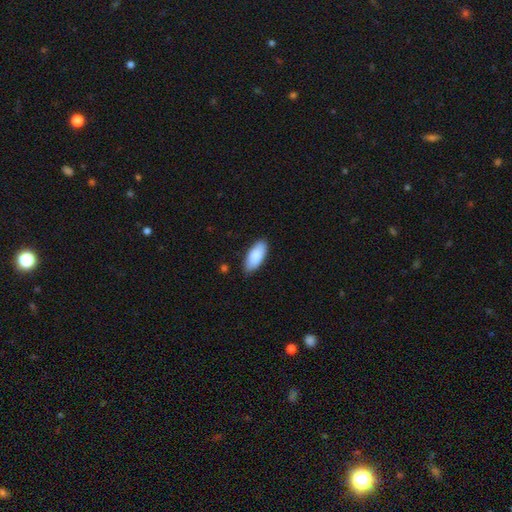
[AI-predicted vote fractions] The model was most divided on "merging": none: 84%, minor disturbance: 12%, major disturbance: 2%, merger: 1%. More confident: smooth or featured — smooth (88%); how rounded — in between (88%).